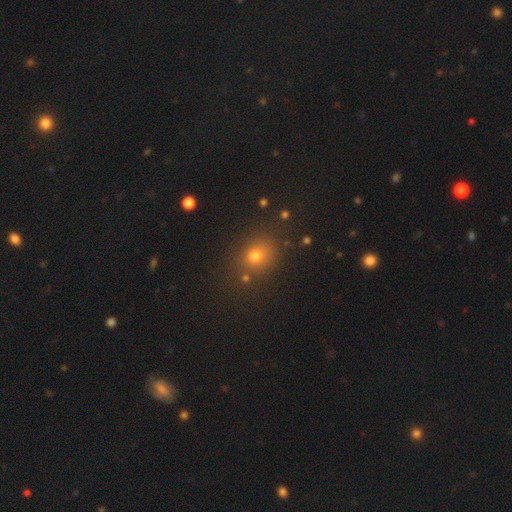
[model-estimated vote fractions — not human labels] smooth-or-featured: smooth: 70% | star or artifact: 22% | featured or disk: 8%
  how-rounded: round: 63% | in between: 36% | cigar-shaped: 1%
  merging: none: 79% | minor disturbance: 11% | merger: 6% | major disturbance: 4%